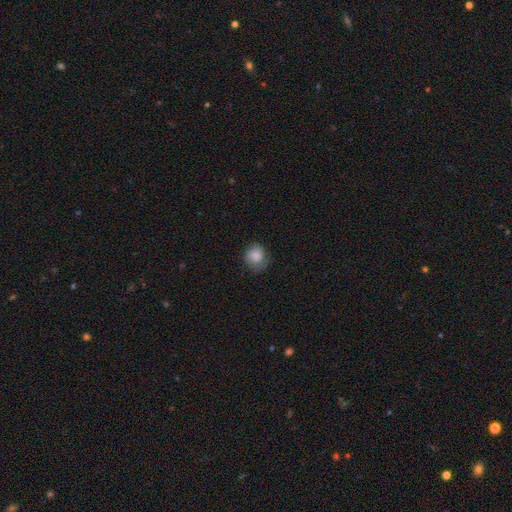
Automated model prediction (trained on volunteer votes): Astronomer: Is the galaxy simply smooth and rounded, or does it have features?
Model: smooth — 80%.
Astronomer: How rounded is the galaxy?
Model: round — 77%.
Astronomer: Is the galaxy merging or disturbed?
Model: none — 65%.